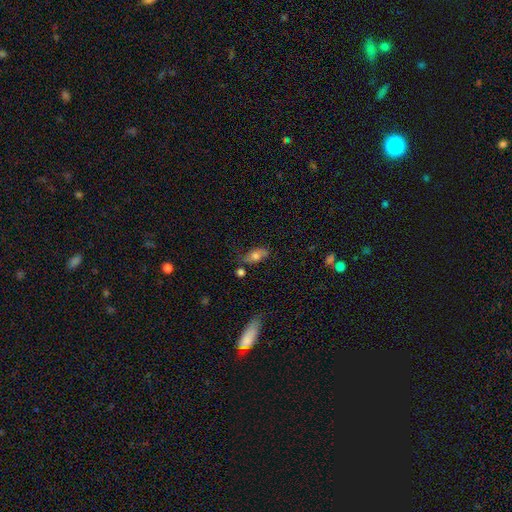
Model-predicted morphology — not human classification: Smooth or featured? smooth (68%)
How rounded? in between (83%)
Merging? none (64%)